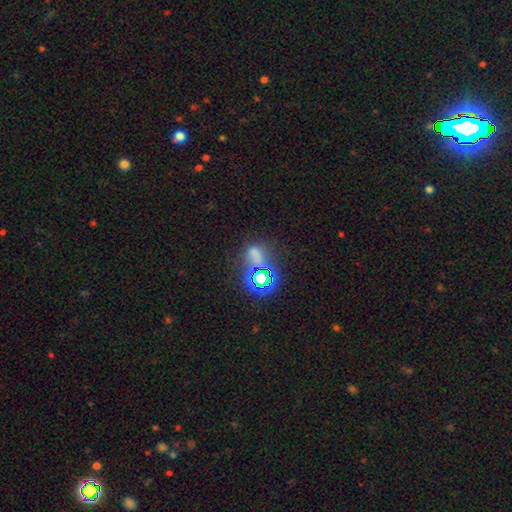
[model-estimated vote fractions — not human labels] Smooth or featured? smooth (46%)
Merging? none (53%)